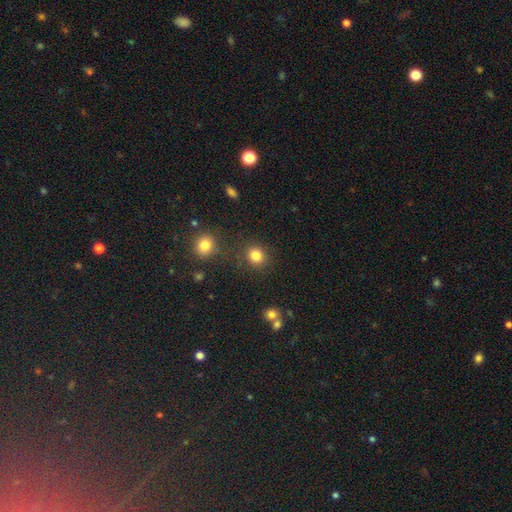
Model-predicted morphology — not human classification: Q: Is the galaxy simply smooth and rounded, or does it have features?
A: smooth — 83%.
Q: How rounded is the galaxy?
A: round — 84%.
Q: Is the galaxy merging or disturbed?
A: none — 83%.